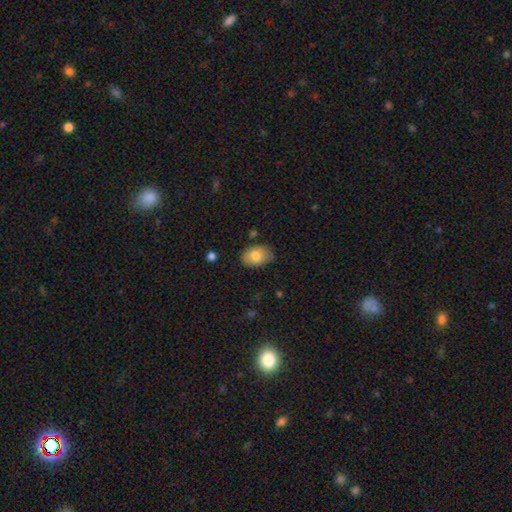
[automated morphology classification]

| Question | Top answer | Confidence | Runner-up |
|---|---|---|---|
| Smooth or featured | smooth | 78% | featured or disk (15%) |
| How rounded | in between | 83% | round (16%) |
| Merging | none | 78% | minor disturbance (18%) |